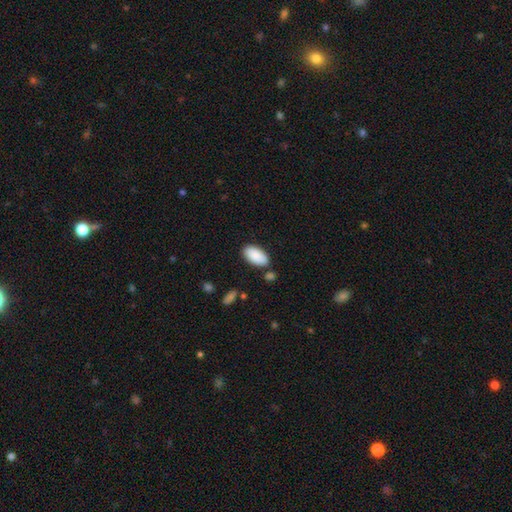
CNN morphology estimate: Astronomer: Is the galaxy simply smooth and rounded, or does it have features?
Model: smooth — 89%.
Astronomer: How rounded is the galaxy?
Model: in between — 95%.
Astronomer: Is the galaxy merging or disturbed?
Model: none — 80%.